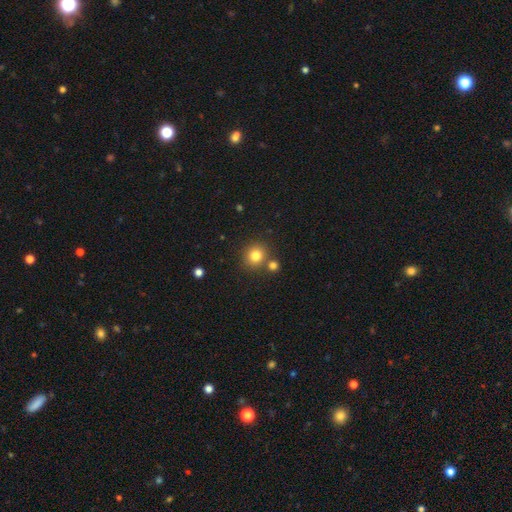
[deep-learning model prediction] Overall: smooth (81%). How rounded: round (87%). Merging: none (74%).